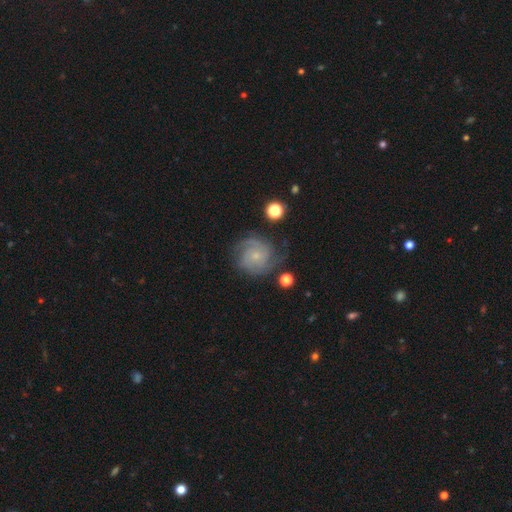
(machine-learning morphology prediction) smooth-or-featured: featured or disk: 82% | smooth: 12% | star or artifact: 6%
  disk-edge-on: no: 98% | yes: 2%
    bar: no: 75% | weak: 22% | strong: 3%
    has-spiral-arms: yes: 96% | no: 4%
      spiral-winding: tight: 55% | medium: 36% | loose: 9%
      spiral-arm-count: 2: 38% | 3: 27% | can't tell: 18% | 4: 7% | 1: 5% | more than 4: 5%
    bulge-size: small: 76% | moderate: 17% | none: 5% | large: 1% | dominant: 1%
  merging: none: 71% | minor disturbance: 18% | major disturbance: 9% | merger: 2%